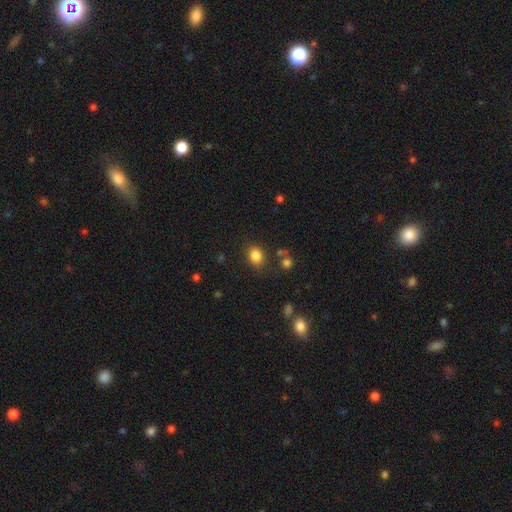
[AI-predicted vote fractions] smooth 84%, star or artifact 11%, featured or disk 5%. Down the decision tree: how rounded — in between (56%); merging — none (80%).